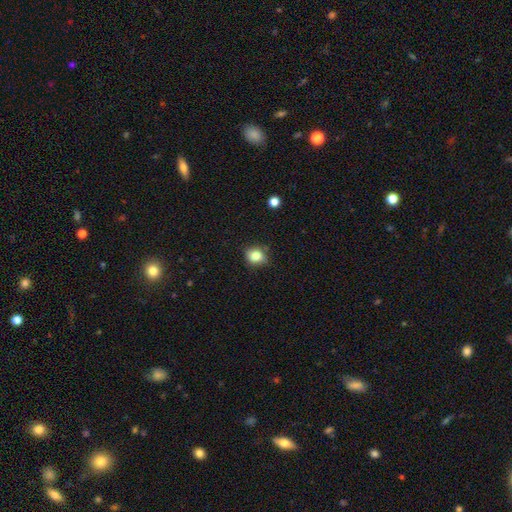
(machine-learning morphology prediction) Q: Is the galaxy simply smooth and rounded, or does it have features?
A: smooth — 80%.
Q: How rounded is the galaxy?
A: round — 66%.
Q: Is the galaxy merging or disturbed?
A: none — 74%.